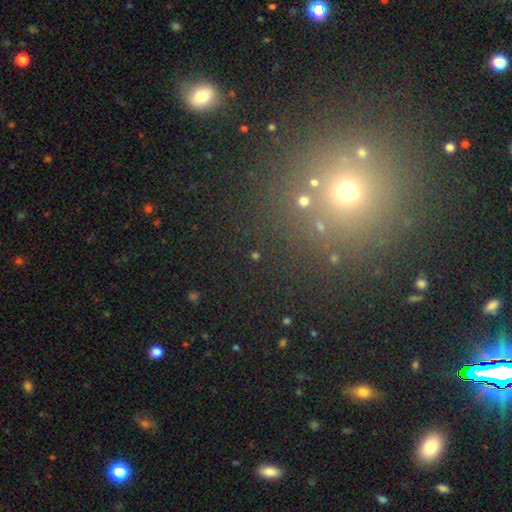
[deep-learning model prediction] This is possibly a star or artifact rather than a galaxy (49%).